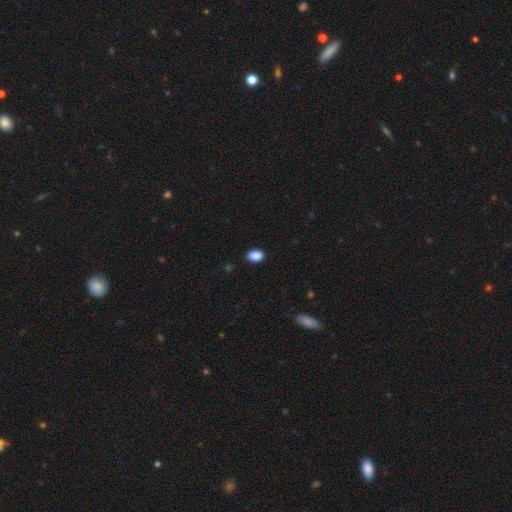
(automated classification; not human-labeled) This appears to be a smooth galaxy with no disk features (88%) that is in between round and cigar-shaped (83%). Merging: none (87%).